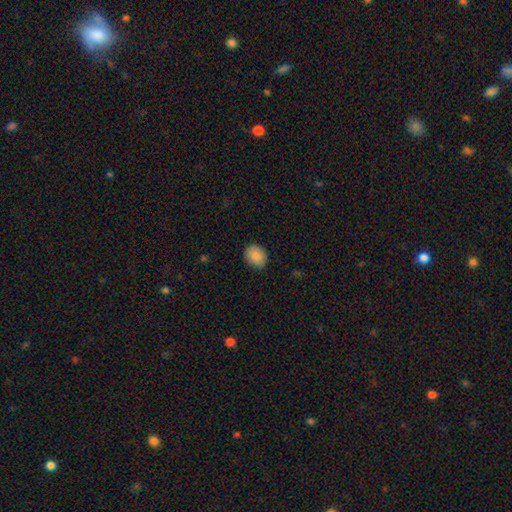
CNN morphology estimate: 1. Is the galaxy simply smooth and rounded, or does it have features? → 88% smooth, 7% star or artifact, 5% featured or disk.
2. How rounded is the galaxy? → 50% round, 49% in between, 1% cigar-shaped.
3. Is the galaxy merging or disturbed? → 84% none, 13% minor disturbance, 2% major disturbance, 1% merger.